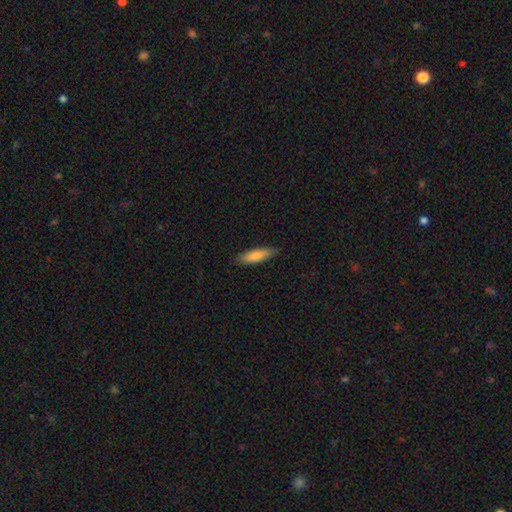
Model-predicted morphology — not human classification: Smooth or featured? smooth (83%)
How rounded? cigar-shaped (59%)
Merging? none (85%)